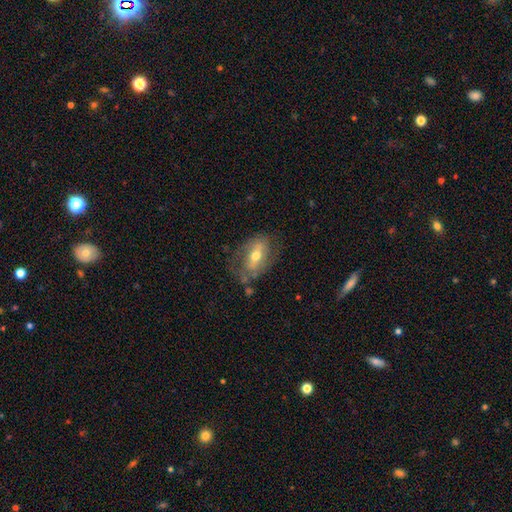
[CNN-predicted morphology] type=featured or disk (55%); edge-on=no (85%); merging=none (60%).